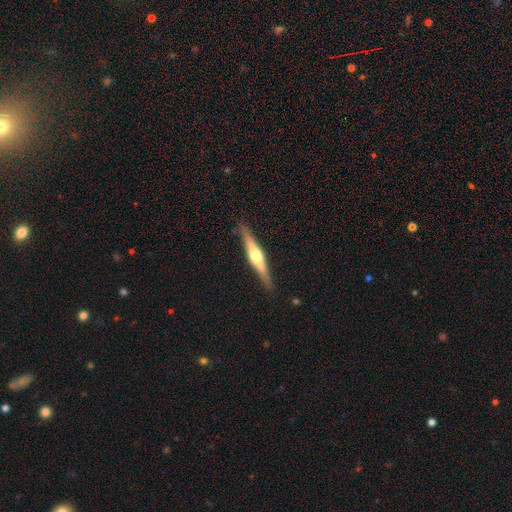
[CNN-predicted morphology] Smooth or featured? Predicted: featured or disk (p=0.68). Edge-on disk? Predicted: yes (p=0.97). Edge-on bulge? Predicted: rounded (p=0.88). Merging? Predicted: none (p=0.89).